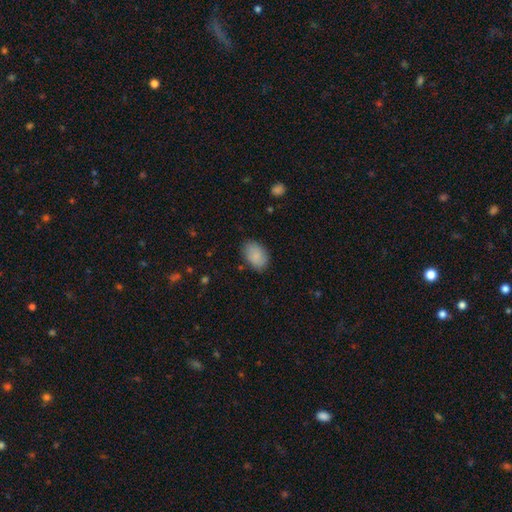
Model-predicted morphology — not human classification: A smooth galaxy with no disk features (86%) that is in between round and cigar-shaped (89%).

Vote fractions:
- Smooth or featured? smooth: 86% / featured or disk: 7% / star or artifact: 7%
- How rounded? in between: 89% / round: 10% / cigar-shaped: 1%
- Merging? none: 81% / minor disturbance: 14% / major disturbance: 3% / merger: 1%